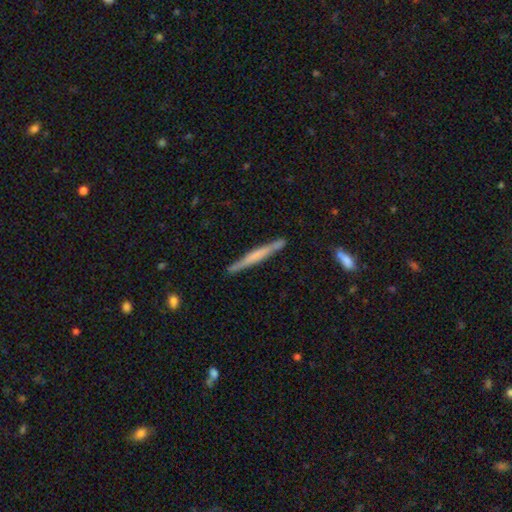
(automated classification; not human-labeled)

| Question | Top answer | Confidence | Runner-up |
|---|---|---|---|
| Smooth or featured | featured or disk | 51% | smooth (44%) |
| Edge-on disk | yes | 96% | no (4%) |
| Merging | none | 85% | minor disturbance (10%) |